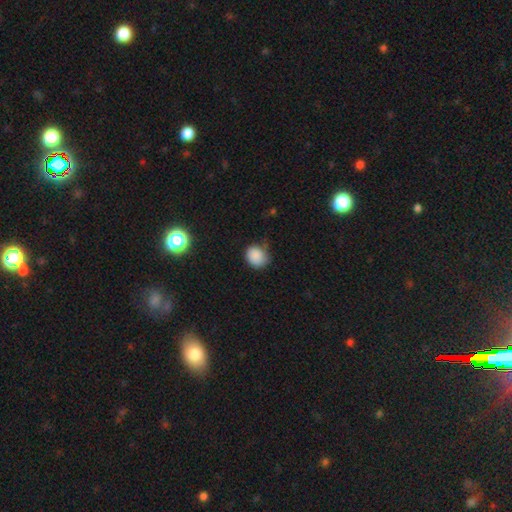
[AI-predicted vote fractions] smooth-or-featured: smooth: 85% | star or artifact: 10% | featured or disk: 5%
  how-rounded: round: 69% | in between: 30% | cigar-shaped: 1%
  merging: none: 60% | minor disturbance: 30% | major disturbance: 8% | merger: 2%